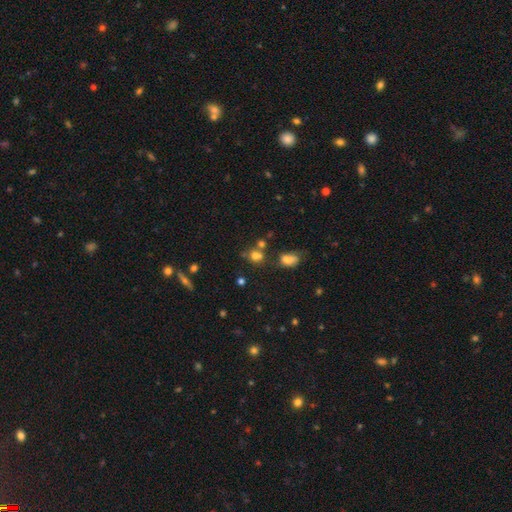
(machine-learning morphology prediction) A smooth galaxy with no disk features (71%) that is round (63%). Merging: none (51%).